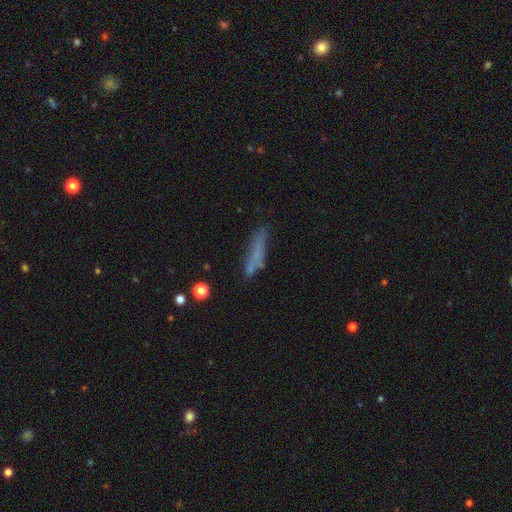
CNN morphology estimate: This is likely a smooth galaxy (66%). How rounded: clearly cigar-shaped (86%). Merging: likely none (69%).